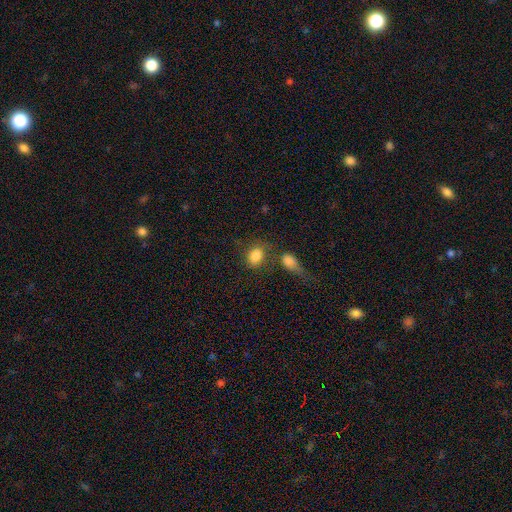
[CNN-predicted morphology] This is clearly a smooth galaxy (83%). How rounded: likely in between (72%). Merging: possibly none (48%).